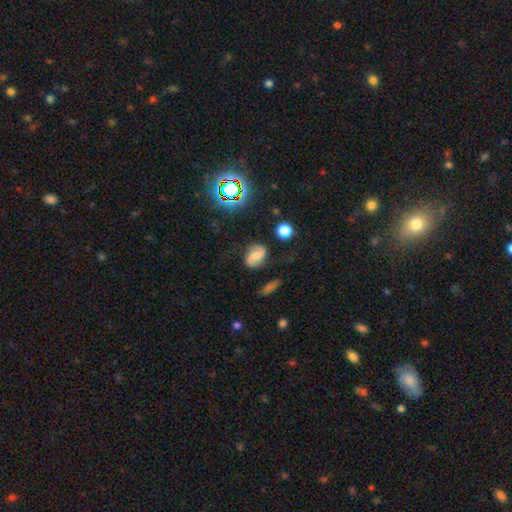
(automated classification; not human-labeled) Smooth or featured? Predicted: featured or disk (p=0.61). Edge-on disk? Predicted: no (p=0.96). Bar? Predicted: weak (p=0.42). Spiral arms? Predicted: yes (p=0.91). Spiral winding? Predicted: medium (p=0.43). Spiral arm count? Predicted: 2 (p=0.90). Bulge size? Predicted: moderate (p=0.55). Merging? Predicted: none (p=0.78).